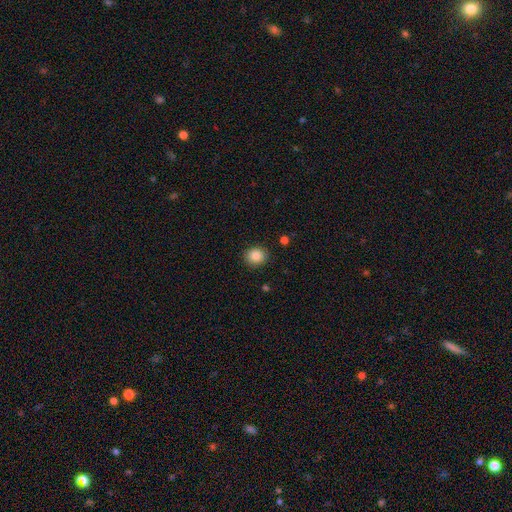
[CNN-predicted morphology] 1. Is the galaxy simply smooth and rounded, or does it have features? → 87% smooth, 9% star or artifact, 4% featured or disk.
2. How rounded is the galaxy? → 78% round, 21% in between, 1% cigar-shaped.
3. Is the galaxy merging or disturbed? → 89% none, 7% minor disturbance, 2% major disturbance, 1% merger.